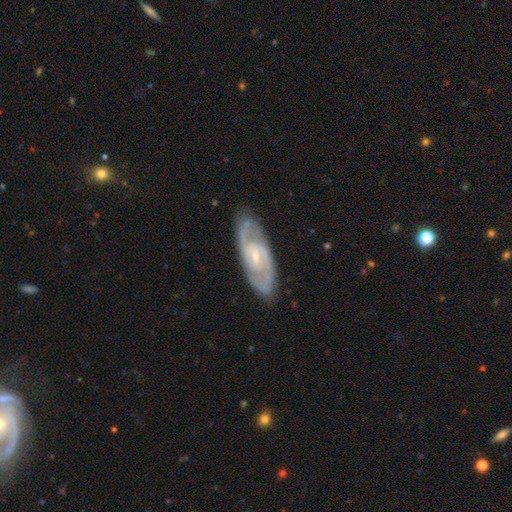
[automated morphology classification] type=featured or disk (86%); edge-on=no (92%); bar=weak (46%); spiral arms=yes (96%); winding=medium (49%); arm count=2 (82%); bulge=small (72%); merging=none (84%).